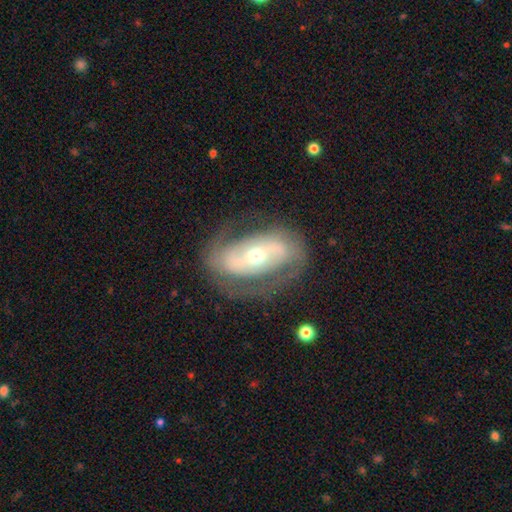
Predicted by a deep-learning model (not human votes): A featured or disk galaxy (78%) with no bar (37%), 2 (78%) medium (40%) spiral arms (79%) and a moderate central bulge (54%). Merging: none (70%).